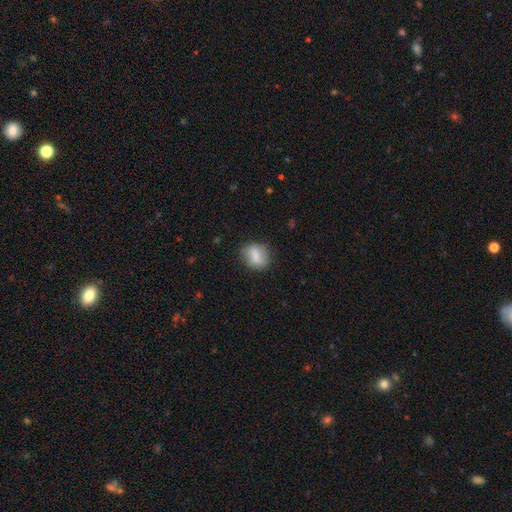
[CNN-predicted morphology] A smooth galaxy with no disk features (73%) that is in between round and cigar-shaped (53%). Merging: none (76%).